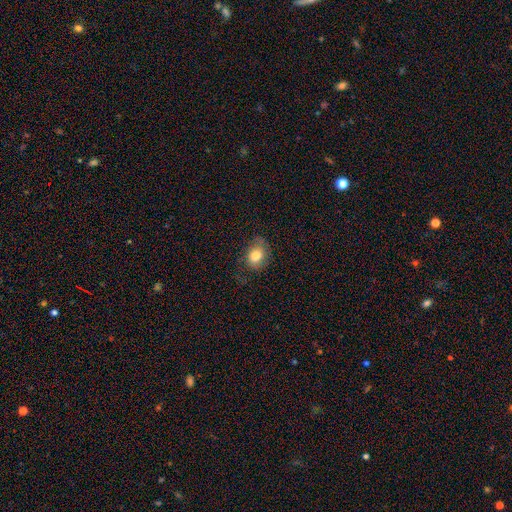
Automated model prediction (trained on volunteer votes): Smooth or featured?
  - smooth: 77% *
  - featured or disk: 14%
  - star or artifact: 9%
How rounded?
  - in between: 61% *
  - round: 38%
  - cigar-shaped: 1%
Merging?
  - none: 63% *
  - minor disturbance: 24%
  - major disturbance: 12%
  - merger: 1%